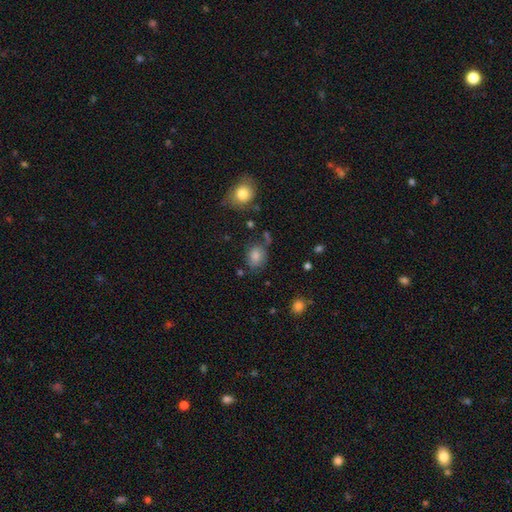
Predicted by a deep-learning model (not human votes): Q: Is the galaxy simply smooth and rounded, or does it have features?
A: smooth — 79%.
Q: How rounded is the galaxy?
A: in between — 55%.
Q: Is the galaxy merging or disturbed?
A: none — 64%.